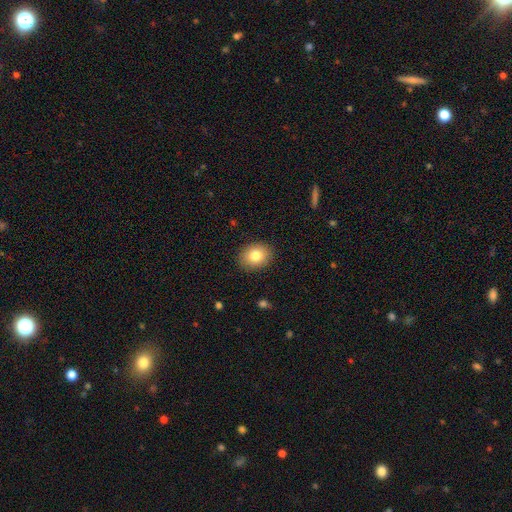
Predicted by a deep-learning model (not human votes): smooth-or-featured: smooth: 81% | featured or disk: 10% | star or artifact: 9%
  how-rounded: in between: 51% | round: 48% | cigar-shaped: 1%
  merging: none: 89% | minor disturbance: 8% | major disturbance: 2% | merger: 1%